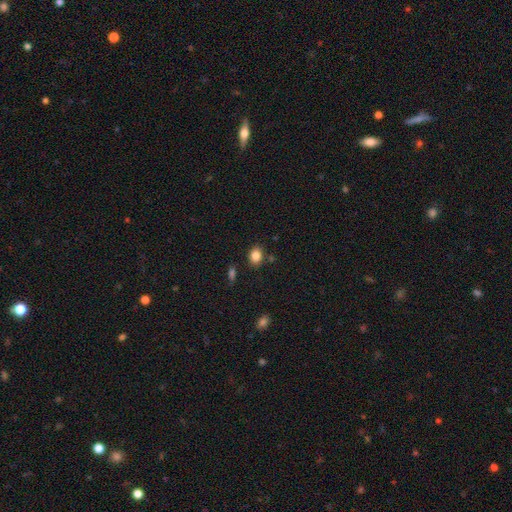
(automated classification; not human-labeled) Smooth or featured: smooth — 85% (star or artifact — 10%)
How rounded: in between — 56% (round — 43%)
Merging: none — 82% (minor disturbance — 11%)